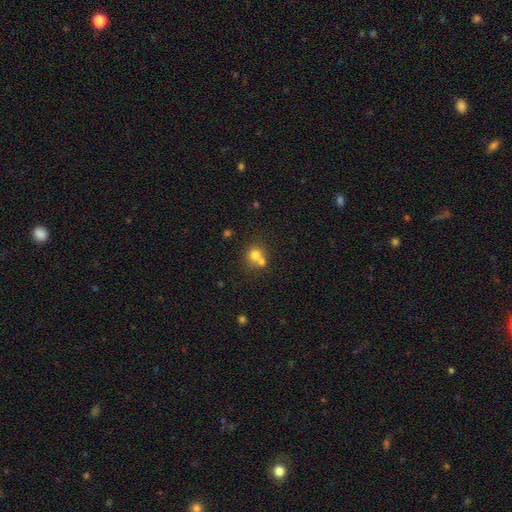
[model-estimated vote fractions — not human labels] Overall: smooth (73%). How rounded: round (82%). Merging: merger (49%; none 41%).